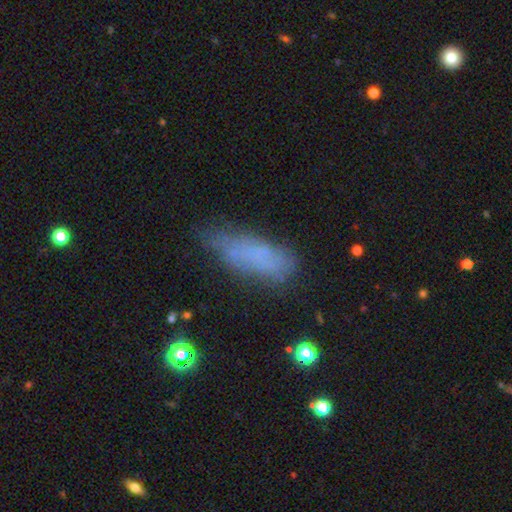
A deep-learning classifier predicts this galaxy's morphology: The model was most divided on "how rounded": in between: 59%, cigar-shaped: 39%, round: 3%. More confident: smooth or featured — smooth (67%); merging — none (55%).